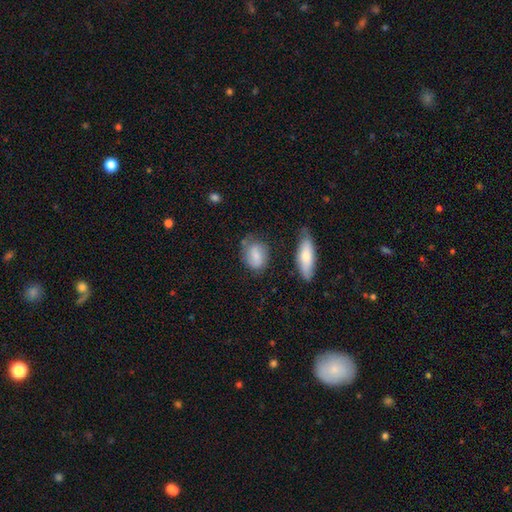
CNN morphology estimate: type=smooth (71%); roundness=in between (68%); merging=none (63%).